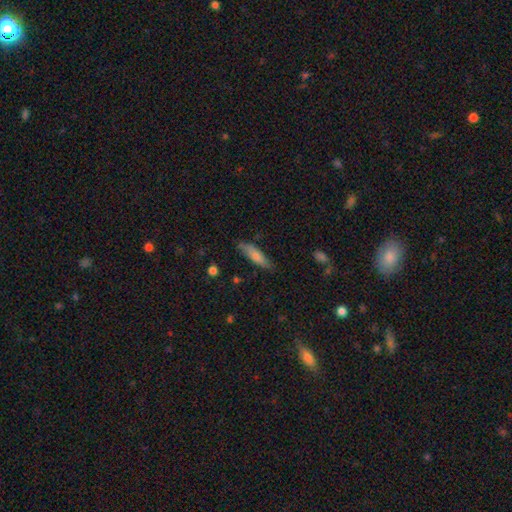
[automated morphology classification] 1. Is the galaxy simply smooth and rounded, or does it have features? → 66% smooth, 27% featured or disk, 7% star or artifact.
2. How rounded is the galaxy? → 75% cigar-shaped, 23% in between, 2% round.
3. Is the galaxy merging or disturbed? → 81% none, 15% minor disturbance, 2% major disturbance, 2% merger.